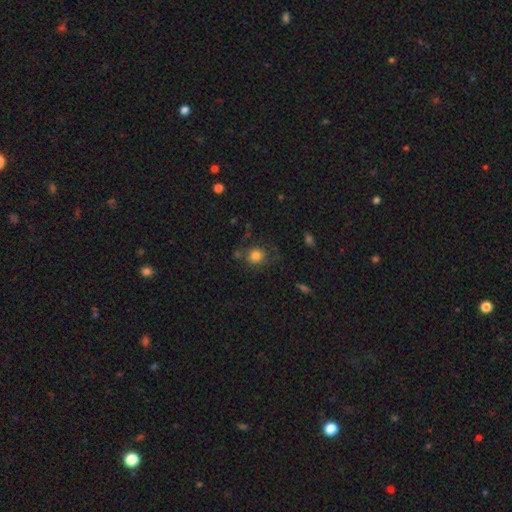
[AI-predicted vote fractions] smooth 77%, featured or disk 12%, star or artifact 11%. Down the decision tree: how rounded — round (80%); merging — none (65%).